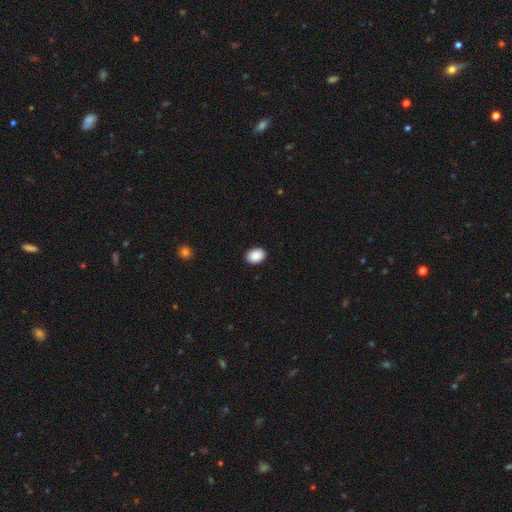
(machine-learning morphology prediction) Smooth or featured?
  - smooth: 90% *
  - star or artifact: 7%
  - featured or disk: 3%
How rounded?
  - in between: 77% *
  - round: 22%
  - cigar-shaped: 1%
Merging?
  - none: 91% *
  - minor disturbance: 7%
  - major disturbance: 2%
  - merger: 1%